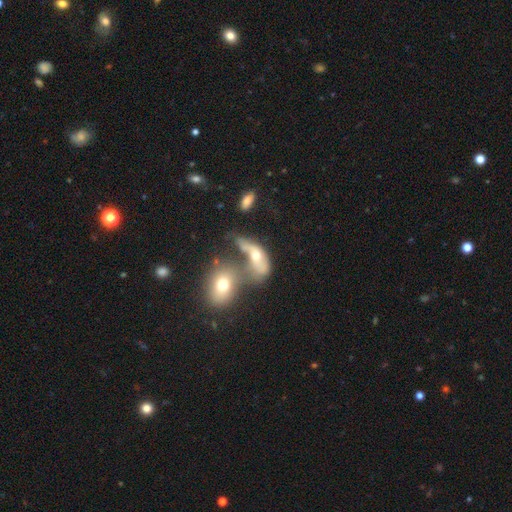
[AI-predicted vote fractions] smooth_or_featured: smooth (p=0.51) [alt: featured or disk p=0.38]
how_rounded: in between (p=0.77) [alt: round p=0.13]
merging: merger (p=0.57) [alt: major disturbance p=0.18]